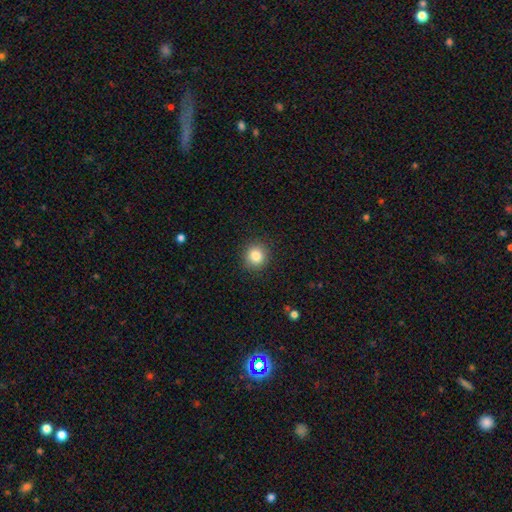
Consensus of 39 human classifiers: Morphology: type=smooth (87%); roundness=round (97%); merging=none (86%).